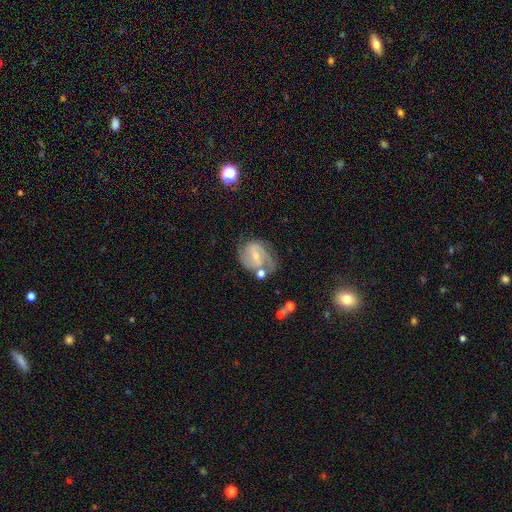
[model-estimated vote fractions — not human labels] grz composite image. It shows a featured or disk galaxy (67%) with a weak bar (51%), 2 (62%) medium (44%) spiral arms (83%) and a small central bulge (58%). Merging: none (47%).